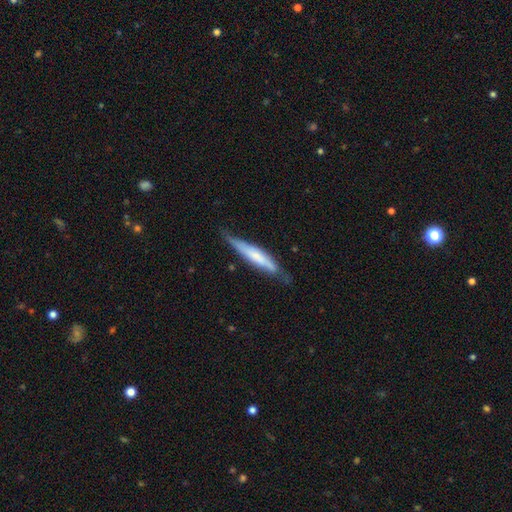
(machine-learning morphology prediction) Q: Smooth or featured?
A: featured or disk (50%); runner-up: smooth (44%)
Q: Edge-on disk?
A: yes (79%); runner-up: no (21%)
Q: Merging?
A: none (65%); runner-up: minor disturbance (27%)